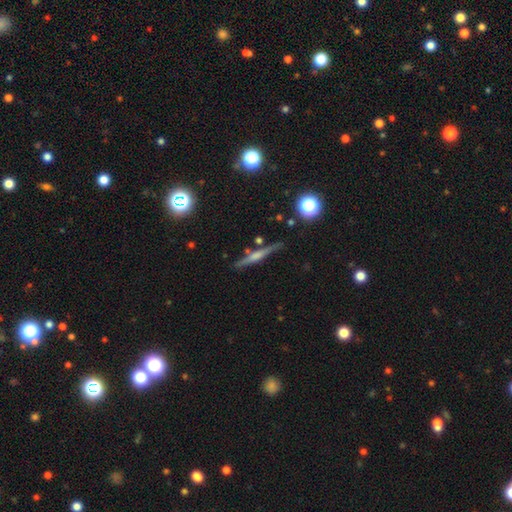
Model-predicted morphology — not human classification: smooth-or-featured: featured or disk: 69% | smooth: 22% | star or artifact: 10%
  disk-edge-on: yes: 97% | no: 3%
    edge-on-bulge: rounded: 64% | none: 23% | boxy: 13%
  merging: none: 86% | minor disturbance: 9% | merger: 3% | major disturbance: 2%